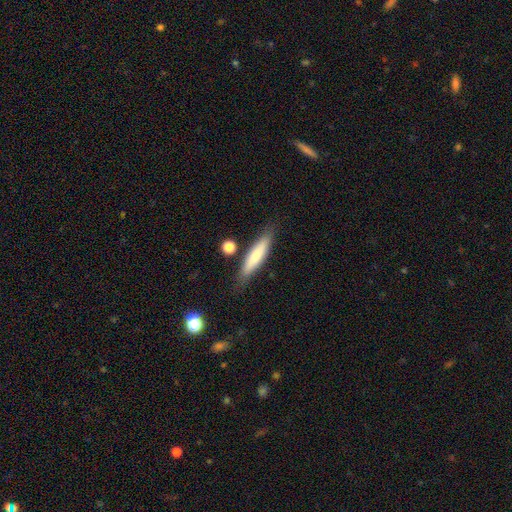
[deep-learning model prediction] A smooth galaxy with no disk features (65%) that is cigar-shaped (76%).

Vote fractions:
- Smooth or featured? smooth: 65% / featured or disk: 29% / star or artifact: 7%
- How rounded? cigar-shaped: 76% / in between: 23% / round: 2%
- Merging? none: 79% / minor disturbance: 13% / merger: 4% / major disturbance: 3%